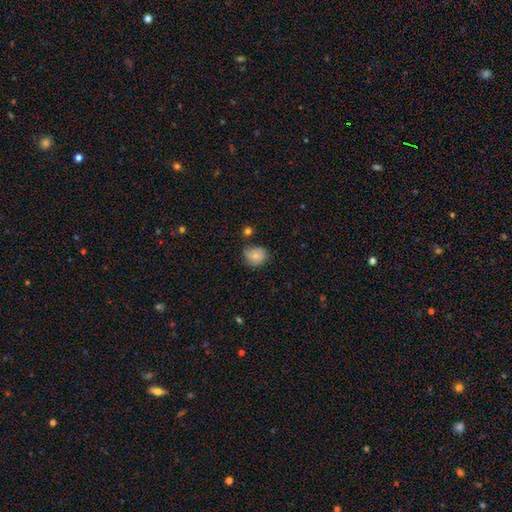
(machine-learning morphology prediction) Smooth or featured? Predicted: smooth (p=0.76). How rounded? Predicted: round (p=0.70). Merging? Predicted: none (p=0.58).